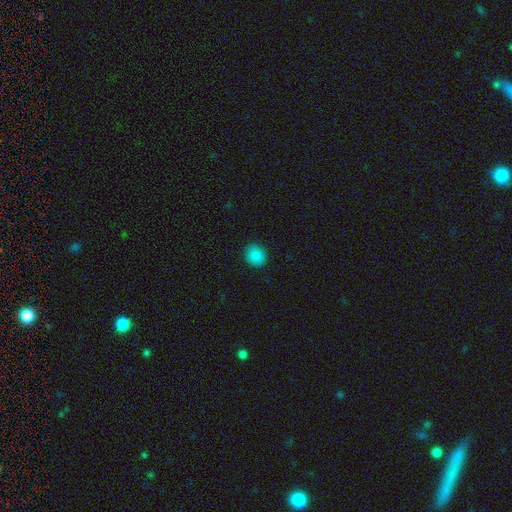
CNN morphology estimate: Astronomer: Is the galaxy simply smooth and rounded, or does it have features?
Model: smooth — 87%.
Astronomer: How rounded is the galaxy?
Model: round — 84%.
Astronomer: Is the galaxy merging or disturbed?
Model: none — 89%.